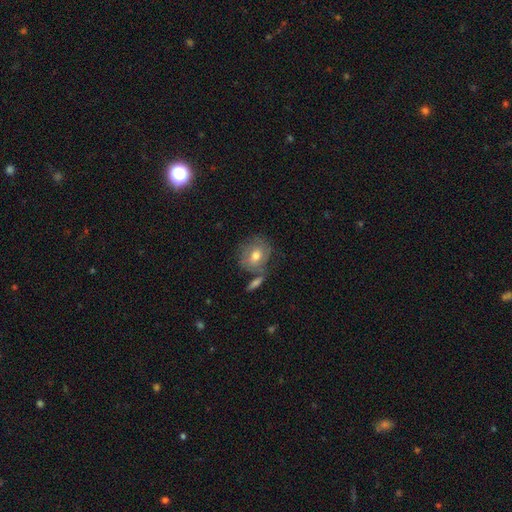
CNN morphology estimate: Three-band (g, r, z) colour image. It shows a smooth galaxy with no disk features (57%) that is round (68%). Merging: none (59%).